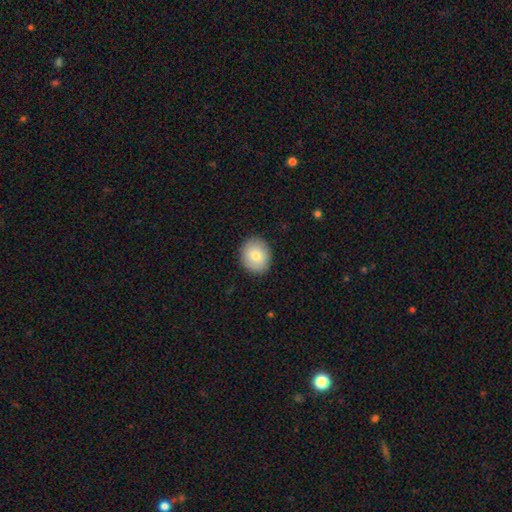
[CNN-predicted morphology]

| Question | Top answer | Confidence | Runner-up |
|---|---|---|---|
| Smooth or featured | smooth | 79% | featured or disk (14%) |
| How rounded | round | 68% | in between (31%) |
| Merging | none | 88% | minor disturbance (9%) |